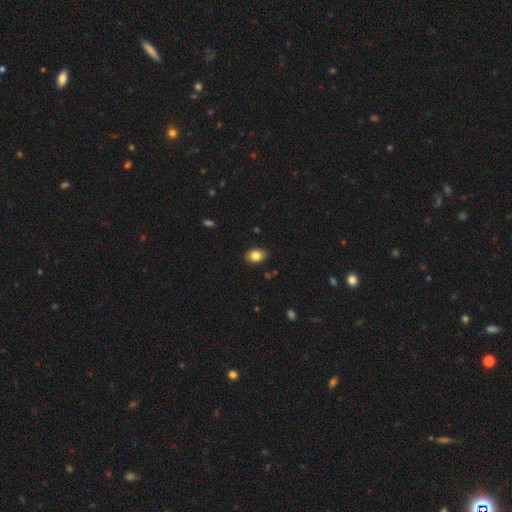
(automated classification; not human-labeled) A smooth galaxy with no disk features (83%) that is in between round and cigar-shaped (75%). Merging: none (89%).